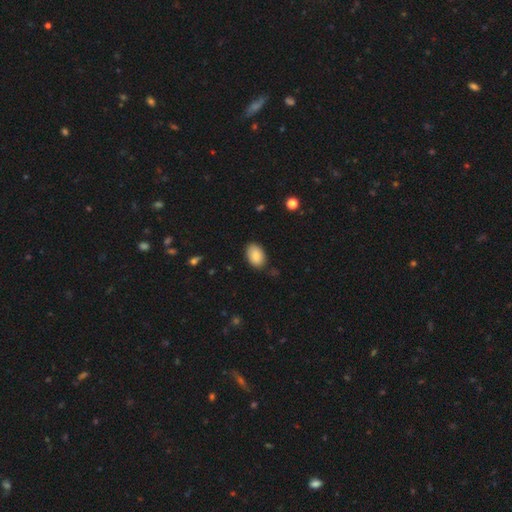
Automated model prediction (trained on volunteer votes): This is clearly a smooth galaxy (85%). How rounded: clearly in between (91%). Merging: clearly none (82%).